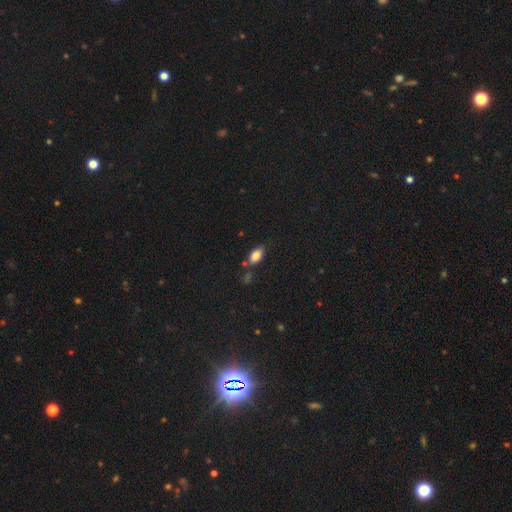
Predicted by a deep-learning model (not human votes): This is clearly a smooth galaxy (81%). How rounded: clearly in between (89%). Merging: likely none (69%).